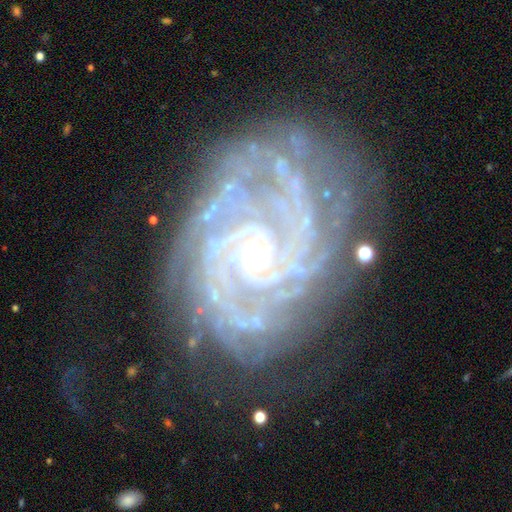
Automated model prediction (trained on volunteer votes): Smooth or featured? featured or disk (91%)
Edge-on disk? no (97%)
Bar? no (69%)
Spiral arms? yes (98%)
Spiral winding? tight (80%)
Spiral arm count? can't tell (21%)
Bulge size? small (56%)
Merging? none (71%)